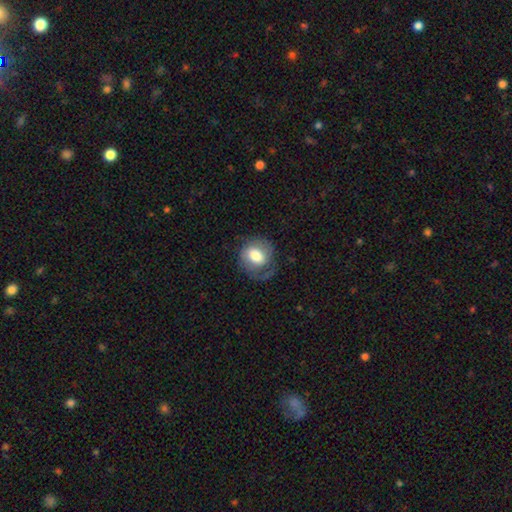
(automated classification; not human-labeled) Smooth or featured: smooth — 54% (featured or disk — 39%)
How rounded: round — 65% (in between — 34%)
Merging: none — 58% (minor disturbance — 23%)